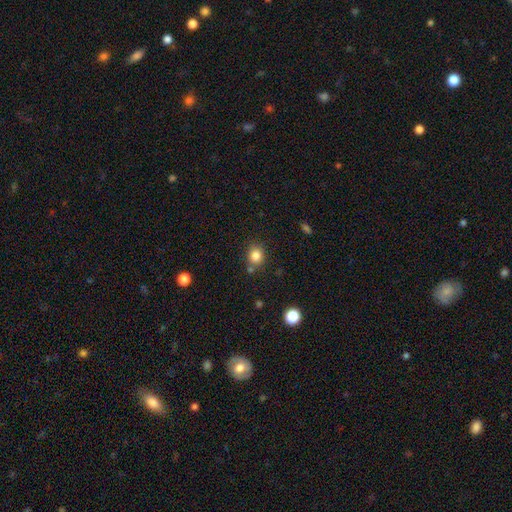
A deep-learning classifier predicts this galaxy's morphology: Smooth or featured: smooth — 83% (star or artifact — 11%)
How rounded: round — 68% (in between — 31%)
Merging: none — 74% (minor disturbance — 12%)